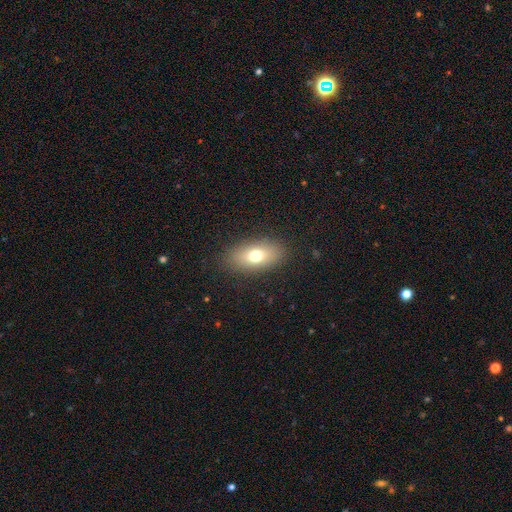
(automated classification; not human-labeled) smooth_or_featured: smooth (p=0.72) [alt: featured or disk p=0.18]
how_rounded: in between (p=0.86) [alt: round p=0.09]
merging: none (p=0.87) [alt: minor disturbance p=0.09]